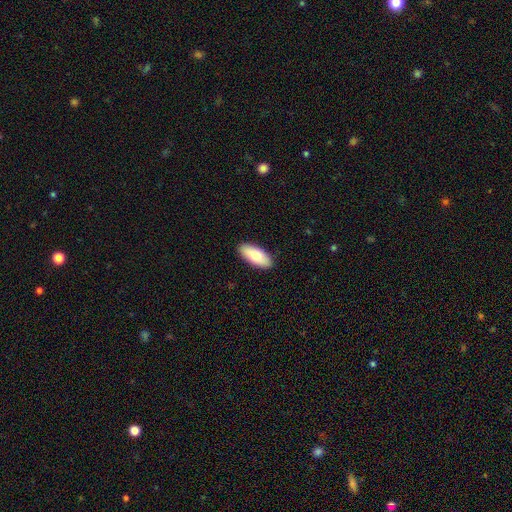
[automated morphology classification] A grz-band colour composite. It shows a smooth galaxy with no disk features (83%) that is in between round and cigar-shaped (86%). Merging: none (90%).